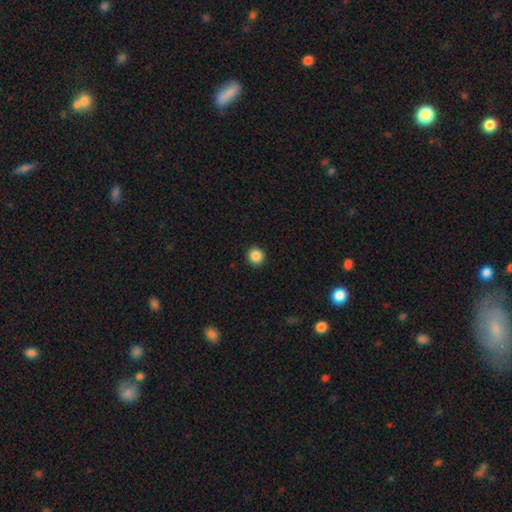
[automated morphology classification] A smooth galaxy with no disk features (87%) that is round (95%).

Vote fractions:
- Smooth or featured? smooth: 87% / star or artifact: 10% / featured or disk: 3%
- How rounded? round: 95% / in between: 4% / cigar-shaped: 1%
- Merging? none: 93% / minor disturbance: 5% / major disturbance: 2% / merger: 1%